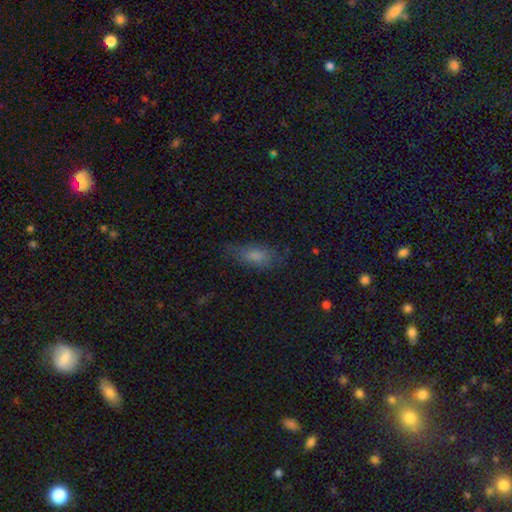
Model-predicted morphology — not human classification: Smooth or featured? smooth (74%)
How rounded? in between (80%)
Merging? none (64%)